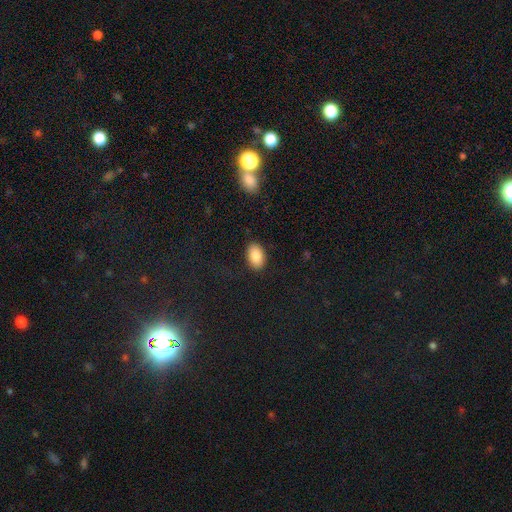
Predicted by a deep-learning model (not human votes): This appears to be a smooth galaxy with no disk features (86%) that is in between round and cigar-shaped (90%). Merging: none (88%).